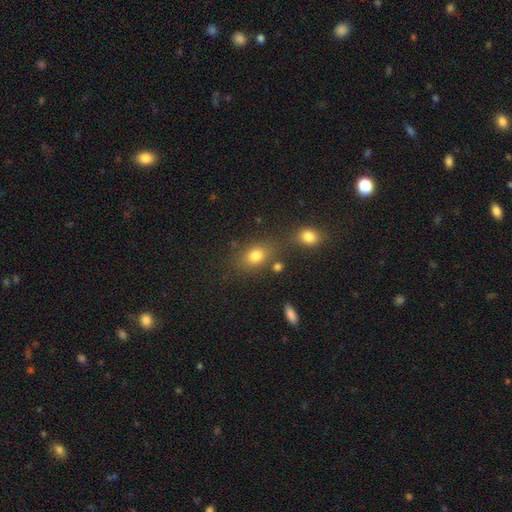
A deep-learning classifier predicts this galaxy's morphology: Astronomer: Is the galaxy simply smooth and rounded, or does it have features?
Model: smooth — 78%.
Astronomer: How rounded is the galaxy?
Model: in between — 63%.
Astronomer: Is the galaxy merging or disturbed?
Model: none — 64%.